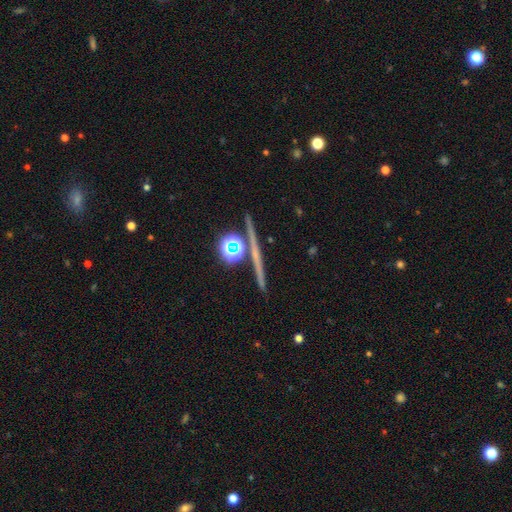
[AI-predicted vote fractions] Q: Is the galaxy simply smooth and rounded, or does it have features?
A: star or artifact — 40%.